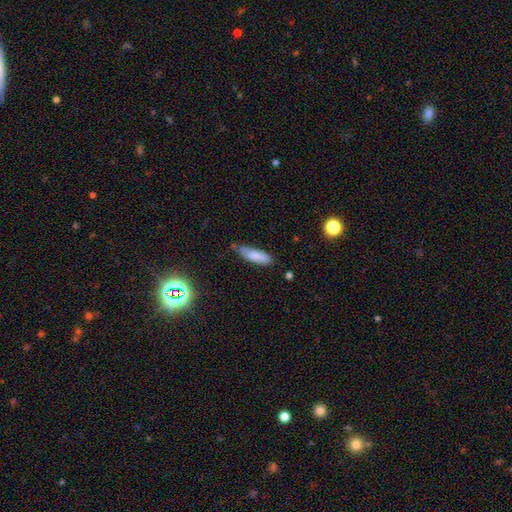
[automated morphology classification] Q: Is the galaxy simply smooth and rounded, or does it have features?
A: smooth — 82%.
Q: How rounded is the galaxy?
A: cigar-shaped — 50%.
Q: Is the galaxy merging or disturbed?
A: none — 64%.